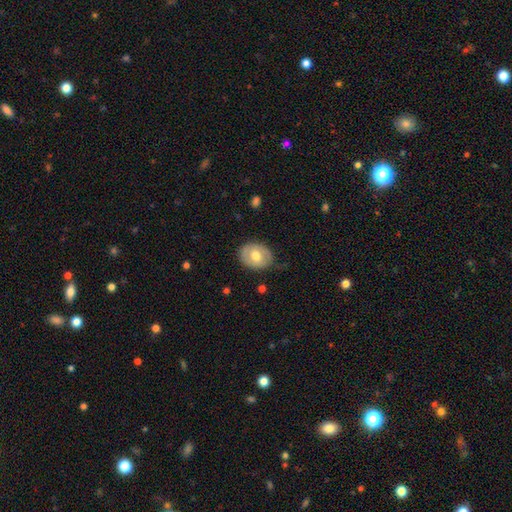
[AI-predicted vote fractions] The model was most divided on "how rounded": in between: 55%, round: 45%, cigar-shaped: 1%. More confident: merging — none (78%); smooth or featured — smooth (59%).